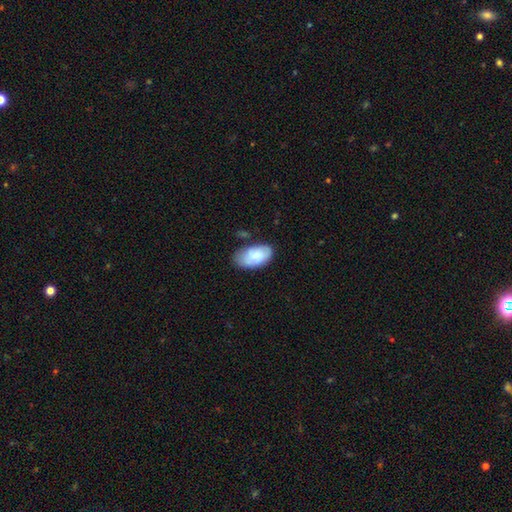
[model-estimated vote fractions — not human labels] Overall: smooth (75%). How rounded: in between (95%). Merging: none (60%; minor disturbance 29%).